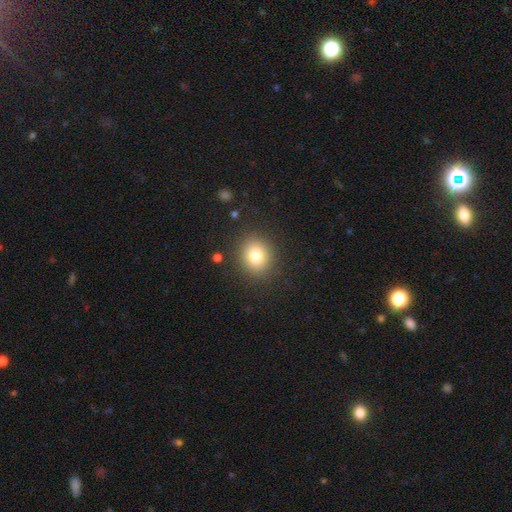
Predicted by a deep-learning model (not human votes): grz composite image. It shows a smooth galaxy with no disk features (79%) that is round (71%). Merging: none (87%).